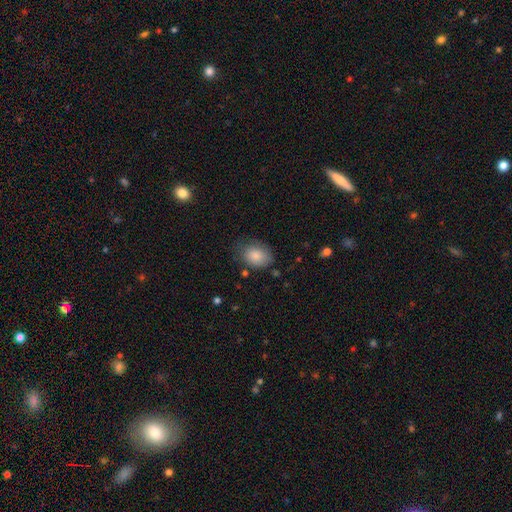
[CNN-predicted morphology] smooth 85%, star or artifact 8%, featured or disk 7%. Down the decision tree: how rounded — in between (71%); merging — none (66%).